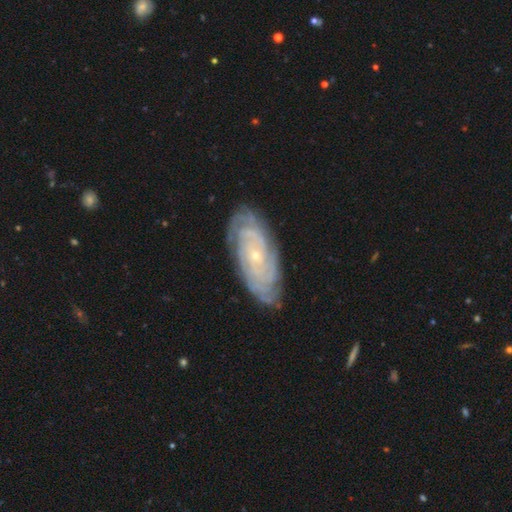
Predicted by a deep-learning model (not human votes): The model was most divided on "spiral arm count": can't tell: 34%, 4: 17%, 2: 17%, 3: 14%, more than 4: 11%, 1: 6%. More confident: spiral arms — yes (96%); edge-on disk — no (94%); smooth or featured — featured or disk (84%); bulge size — small (81%); merging — none (81%); spiral winding — tight (81%); bar — no (78%).